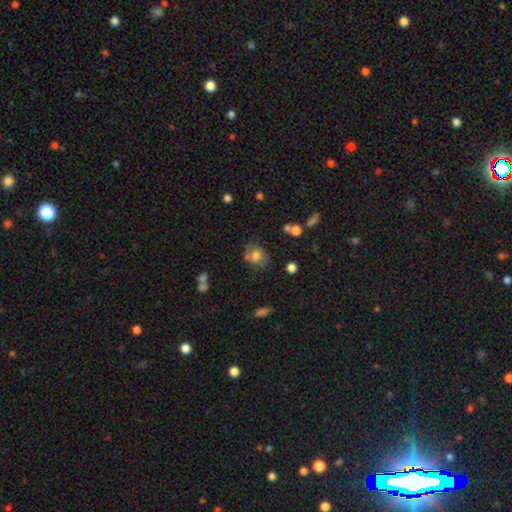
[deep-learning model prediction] This is possibly a smooth galaxy (58%). How rounded: possibly in between (51%). Merging: possibly none (55%).